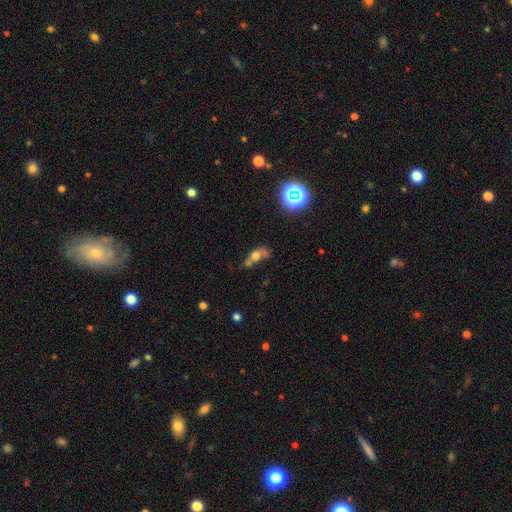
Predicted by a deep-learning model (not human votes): Smooth or featured?
  - smooth: 55% *
  - featured or disk: 26%
  - star or artifact: 19%
How rounded?
  - in between: 60% *
  - round: 31%
  - cigar-shaped: 9%
Merging?
  - merger: 40% *
  - none: 26%
  - major disturbance: 18%
  - minor disturbance: 16%